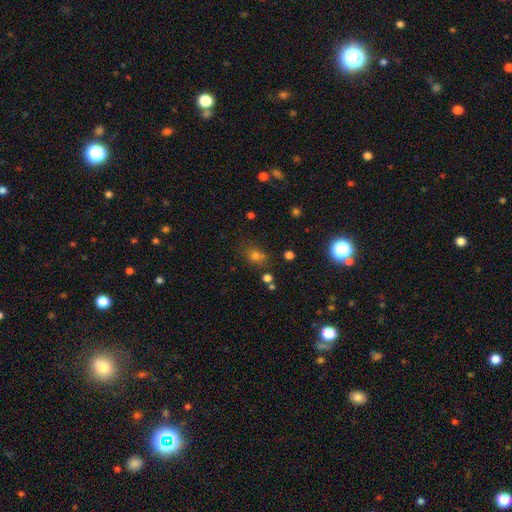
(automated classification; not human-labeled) This appears to be a smooth galaxy with no disk features (67%) that is round (60%). Merging: none (70%).